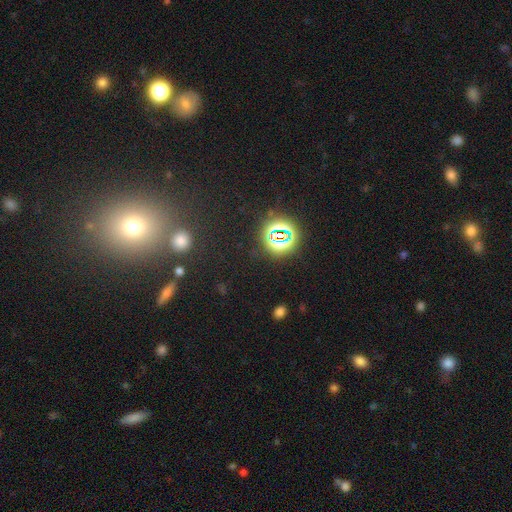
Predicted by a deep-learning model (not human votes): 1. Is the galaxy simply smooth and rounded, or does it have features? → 63% star or artifact, 27% smooth, 9% featured or disk.